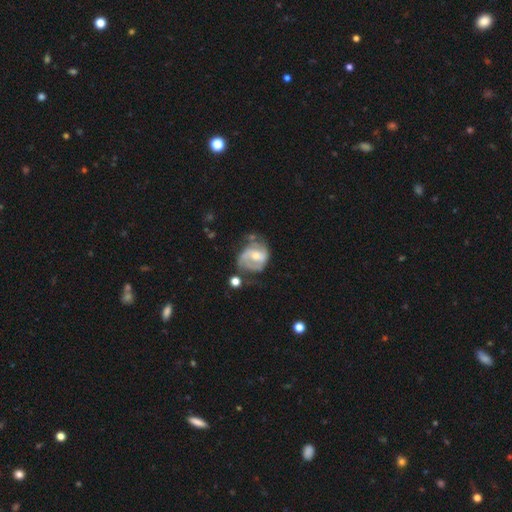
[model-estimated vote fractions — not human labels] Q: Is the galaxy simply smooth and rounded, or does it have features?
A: featured or disk — 79%.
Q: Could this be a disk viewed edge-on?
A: no — 98%.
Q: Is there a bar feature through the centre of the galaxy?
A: weak — 44%.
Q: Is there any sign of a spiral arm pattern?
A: yes — 89%.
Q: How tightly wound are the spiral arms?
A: medium — 44%.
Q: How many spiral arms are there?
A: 2 — 63%.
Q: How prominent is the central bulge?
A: moderate — 53%.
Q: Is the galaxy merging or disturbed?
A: none — 43%.